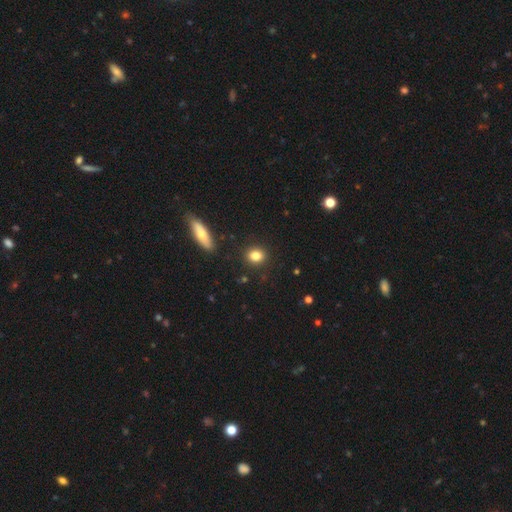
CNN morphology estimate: This is clearly a smooth galaxy (83%). How rounded: likely round (63%). Merging: clearly none (90%).